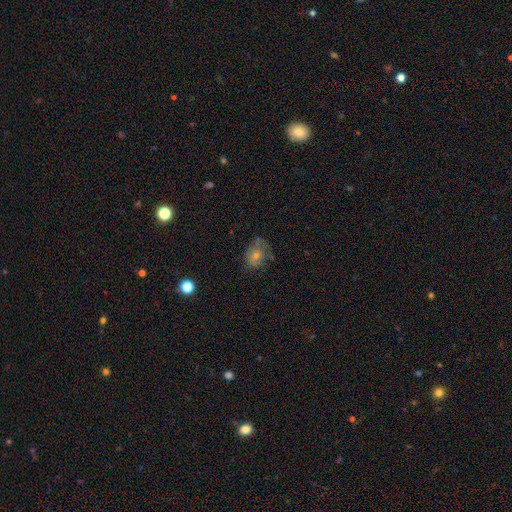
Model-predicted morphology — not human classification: Overall: smooth (48%; featured or disk 34%). Merging: none (59%; minor disturbance 26%).